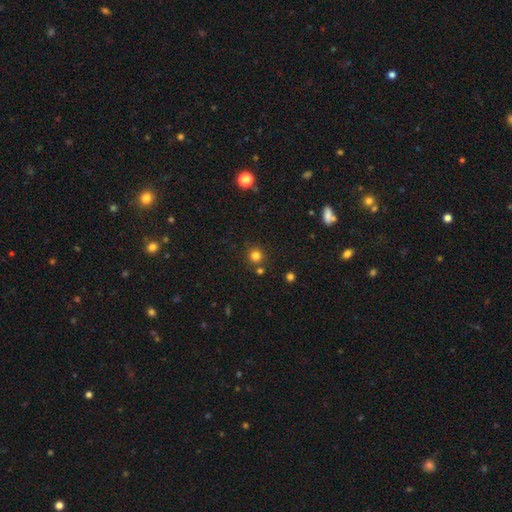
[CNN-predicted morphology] A smooth galaxy with no disk features (79%) that is round (93%).

Vote fractions:
- Smooth or featured? smooth: 79% / star or artifact: 15% / featured or disk: 5%
- How rounded? round: 93% / in between: 6% / cigar-shaped: 1%
- Merging? none: 79% / merger: 10% / minor disturbance: 8% / major disturbance: 3%